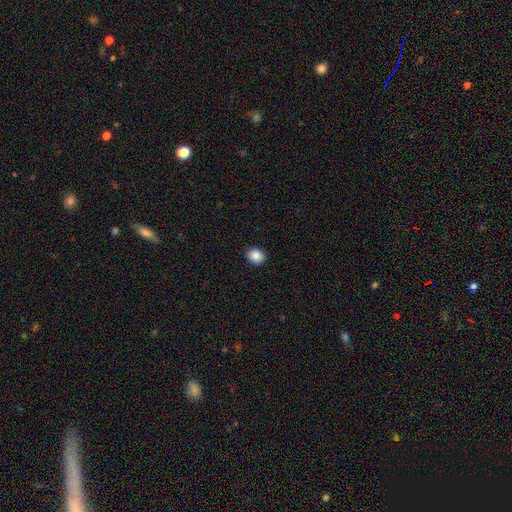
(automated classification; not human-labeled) This is clearly a smooth galaxy (88%). How rounded: likely round (65%). Merging: clearly none (91%).